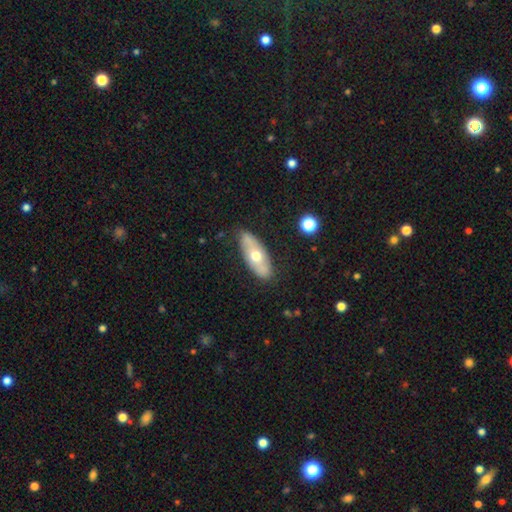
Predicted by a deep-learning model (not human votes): Smooth or featured? smooth (50%)
Merging? none (82%)